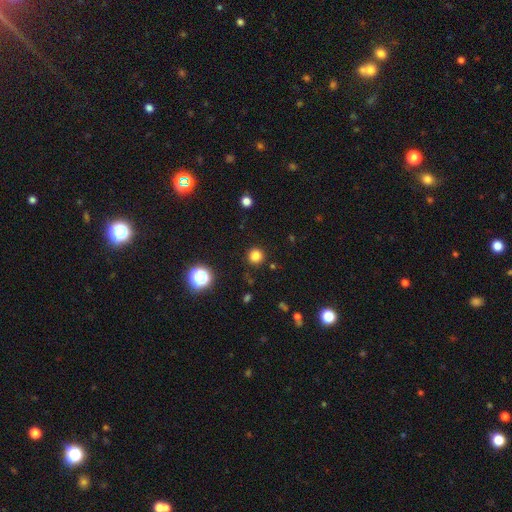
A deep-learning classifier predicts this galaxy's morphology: This is clearly a smooth galaxy (81%). How rounded: clearly round (95%). Merging: clearly none (91%).